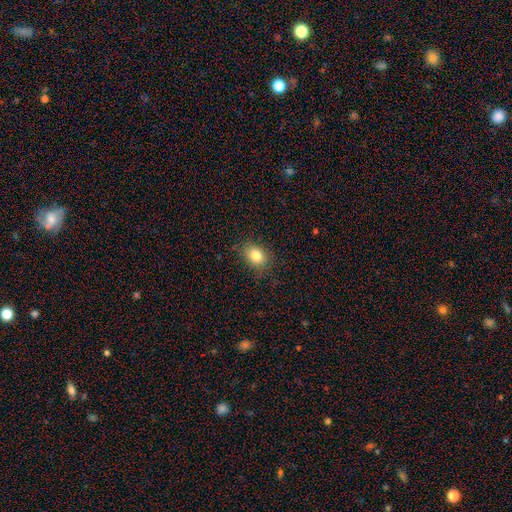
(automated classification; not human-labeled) Smooth or featured? Predicted: smooth (p=0.81). How rounded? Predicted: in between (p=0.61). Merging? Predicted: none (p=0.82).